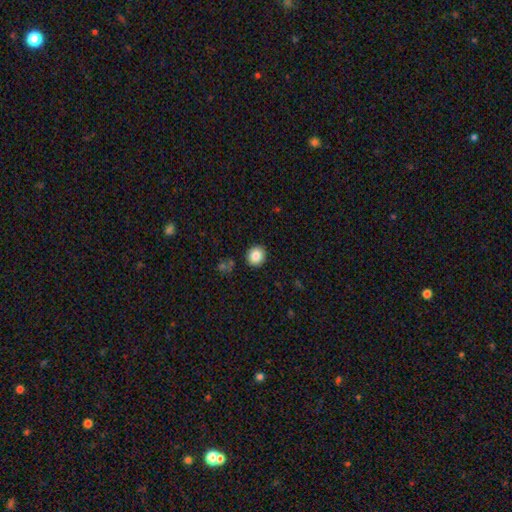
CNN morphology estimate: Overall: smooth (85%). How rounded: round (78%). Merging: none (89%).